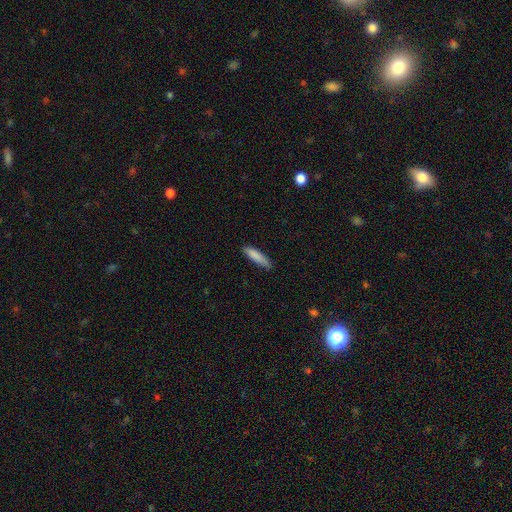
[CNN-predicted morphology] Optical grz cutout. It shows a smooth galaxy with no disk features (85%) that is cigar-shaped (80%). Merging: none (81%).